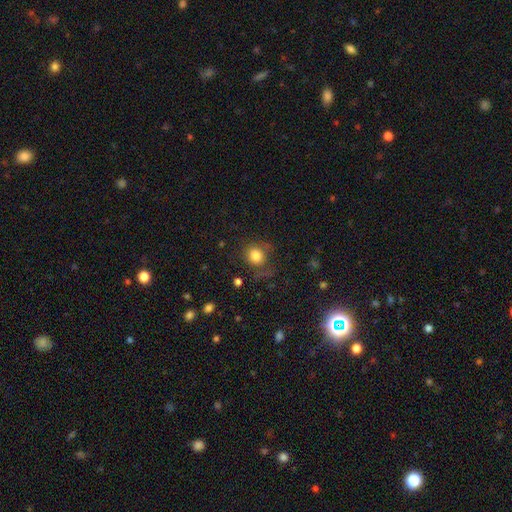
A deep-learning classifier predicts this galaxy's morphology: Q: Smooth or featured?
A: smooth (81%); runner-up: star or artifact (11%)
Q: How rounded?
A: round (80%); runner-up: in between (19%)
Q: Merging?
A: none (66%); runner-up: minor disturbance (20%)